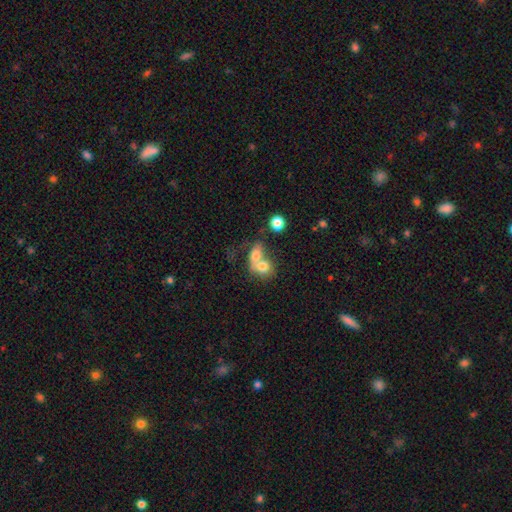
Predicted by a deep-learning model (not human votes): A smooth galaxy with no disk features (71%) that is in between round and cigar-shaped (58%).

Vote fractions:
- Smooth or featured? smooth: 71% / featured or disk: 19% / star or artifact: 9%
- How rounded? in between: 58% / round: 39% / cigar-shaped: 3%
- Merging? merger: 71% / none: 18% / minor disturbance: 6% / major disturbance: 5%